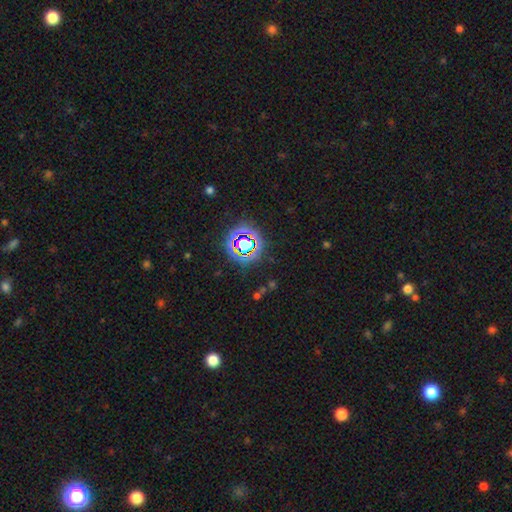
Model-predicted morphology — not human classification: The model was most divided on "smooth or featured": star or artifact: 77%, smooth: 15%, featured or disk: 8%.